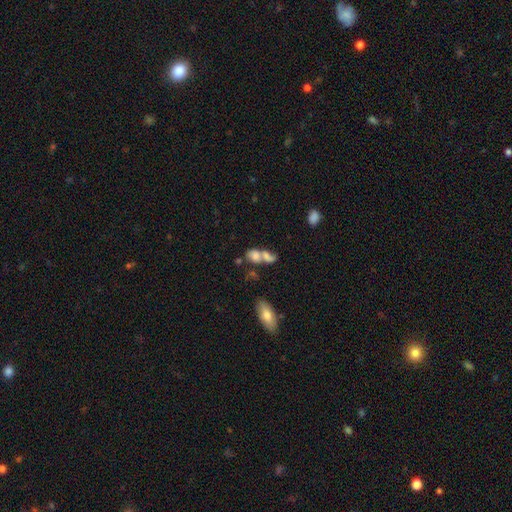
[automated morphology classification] smooth 68%, featured or disk 21%, star or artifact 11%. Down the decision tree: how rounded — in between (74%); merging — merger (64%).